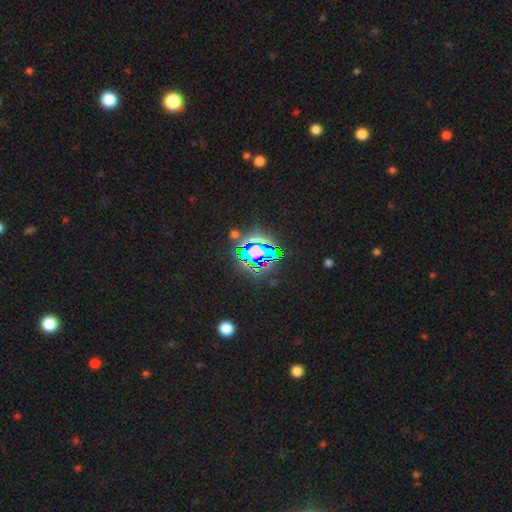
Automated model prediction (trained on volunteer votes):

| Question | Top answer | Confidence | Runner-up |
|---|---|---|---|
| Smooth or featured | star or artifact | 78% | smooth (13%) |